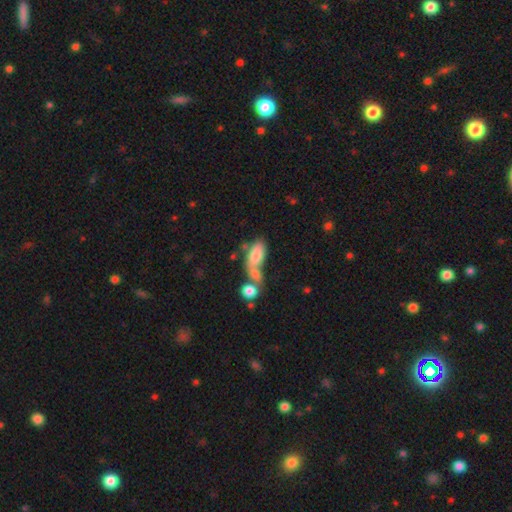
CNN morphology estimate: A smooth galaxy with no disk features (77%) that is in between round and cigar-shaped (86%). Merging: merger (54%).